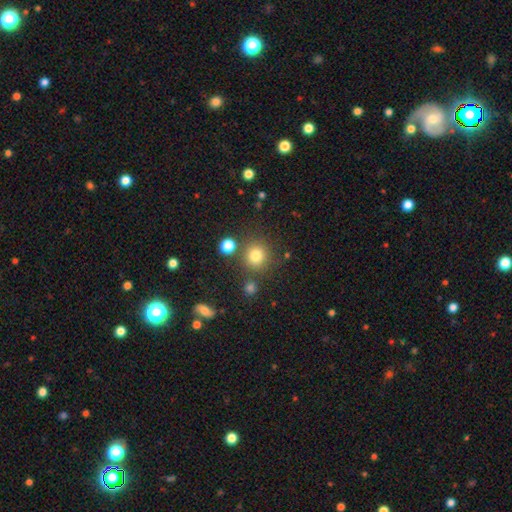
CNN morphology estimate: Q: Smooth or featured?
A: smooth (78%); runner-up: star or artifact (15%)
Q: How rounded?
A: round (91%); runner-up: in between (8%)
Q: Merging?
A: none (80%); runner-up: minor disturbance (9%)